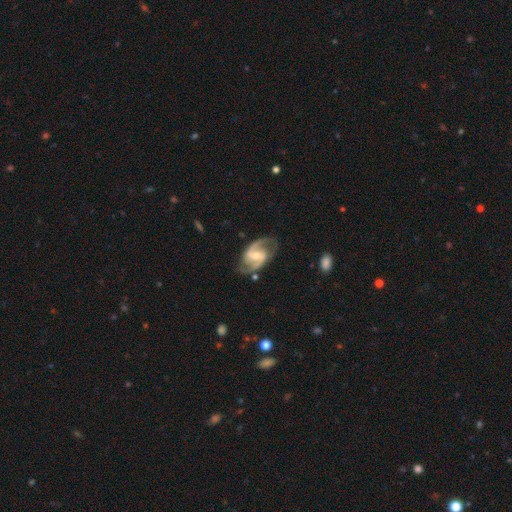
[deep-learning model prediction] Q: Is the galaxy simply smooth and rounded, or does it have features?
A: featured or disk — 91%.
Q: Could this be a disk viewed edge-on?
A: no — 97%.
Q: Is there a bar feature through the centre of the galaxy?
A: weak — 50%.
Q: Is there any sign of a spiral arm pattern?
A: yes — 98%.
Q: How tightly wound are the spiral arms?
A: medium — 60%.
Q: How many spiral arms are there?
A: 2 — 93%.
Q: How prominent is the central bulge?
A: moderate — 50%.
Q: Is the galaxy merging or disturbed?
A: none — 79%.